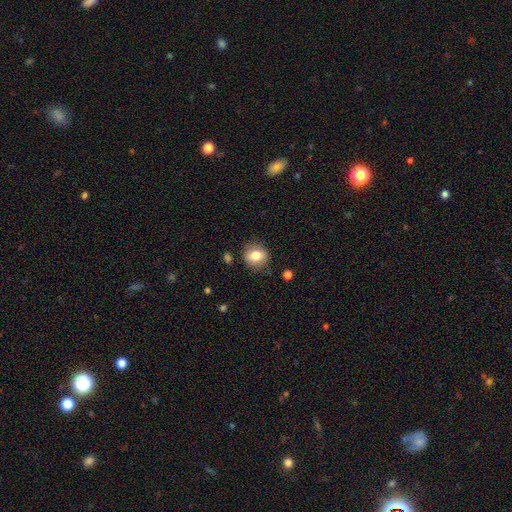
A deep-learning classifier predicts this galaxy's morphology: This is likely a smooth galaxy (76%). How rounded: likely round (74%). Merging: clearly none (82%).